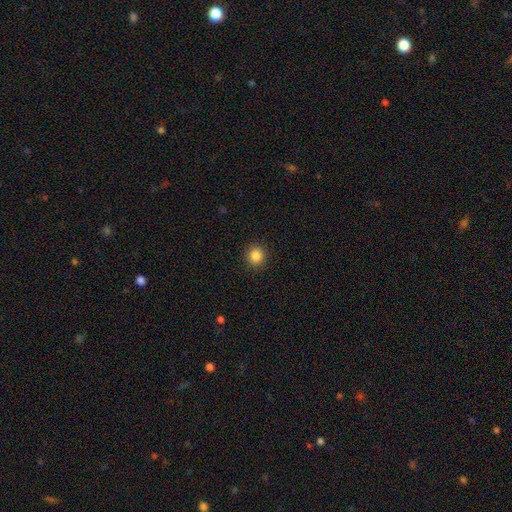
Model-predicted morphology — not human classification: Smooth or featured? Predicted: smooth (p=0.85). How rounded? Predicted: round (p=0.92). Merging? Predicted: none (p=0.91).